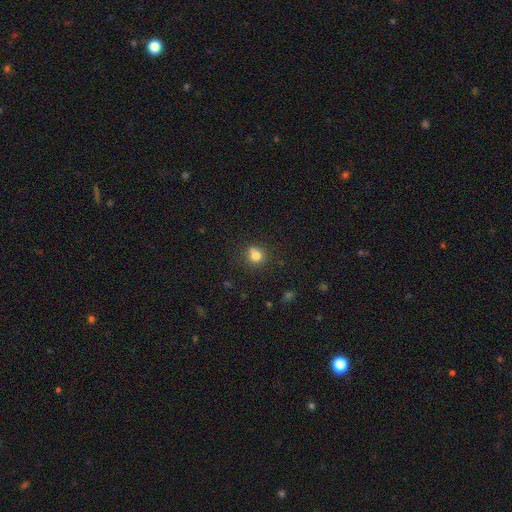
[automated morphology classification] Smooth or featured: smooth — 77% (star or artifact — 13%)
How rounded: round — 81% (in between — 18%)
Merging: none — 63% (merger — 17%)